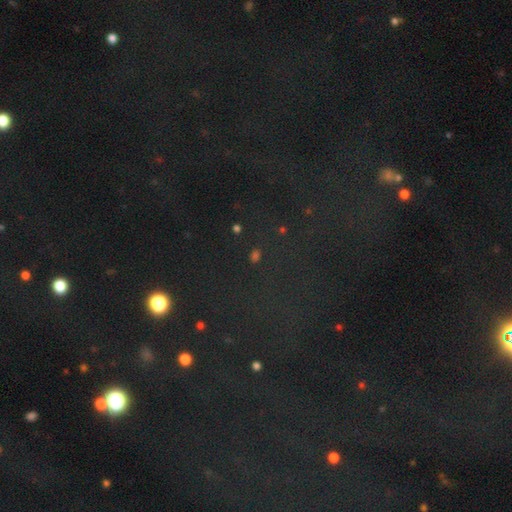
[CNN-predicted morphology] The model was most divided on "smooth or featured": star or artifact: 65%, smooth: 27%, featured or disk: 8%.